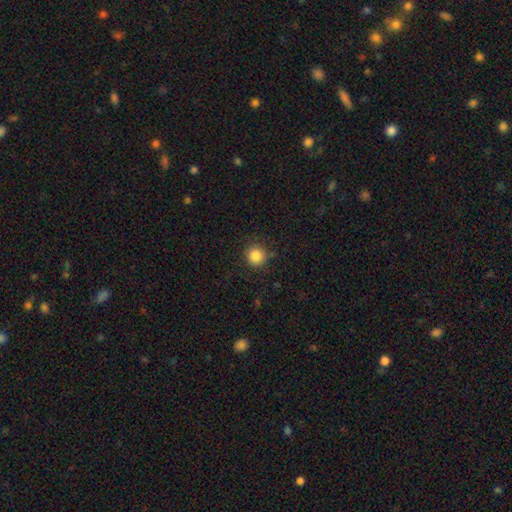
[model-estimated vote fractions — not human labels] Smooth or featured: smooth — 85% (star or artifact — 11%)
How rounded: round — 93% (in between — 6%)
Merging: none — 87% (minor disturbance — 9%)